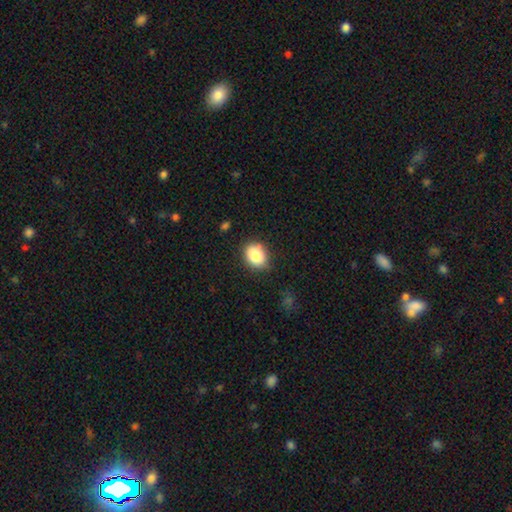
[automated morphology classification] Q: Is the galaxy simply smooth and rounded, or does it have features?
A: smooth — 83%.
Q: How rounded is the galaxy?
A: in between — 50%.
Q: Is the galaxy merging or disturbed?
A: none — 82%.